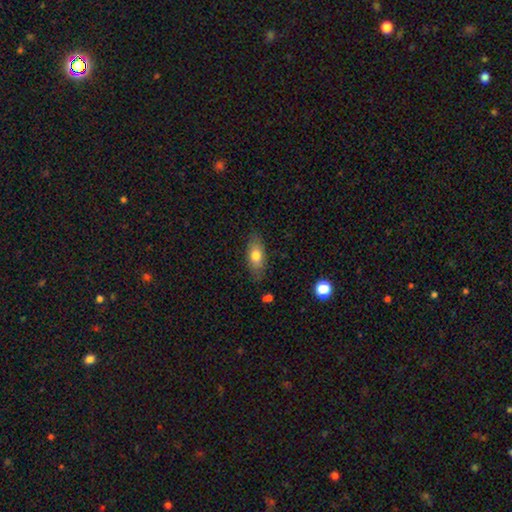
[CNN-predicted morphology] smooth 75%, featured or disk 18%, star or artifact 7%. Down the decision tree: how rounded — in between (83%); merging — none (80%).